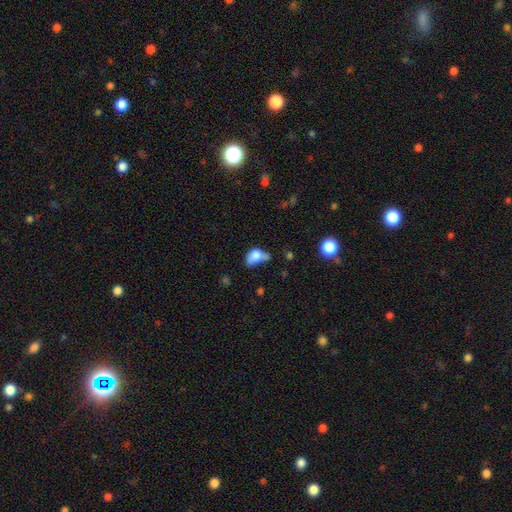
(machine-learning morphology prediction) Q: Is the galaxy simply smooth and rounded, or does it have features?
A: smooth — 75%.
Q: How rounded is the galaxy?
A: in between — 77%.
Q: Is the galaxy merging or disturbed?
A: minor disturbance — 31%.